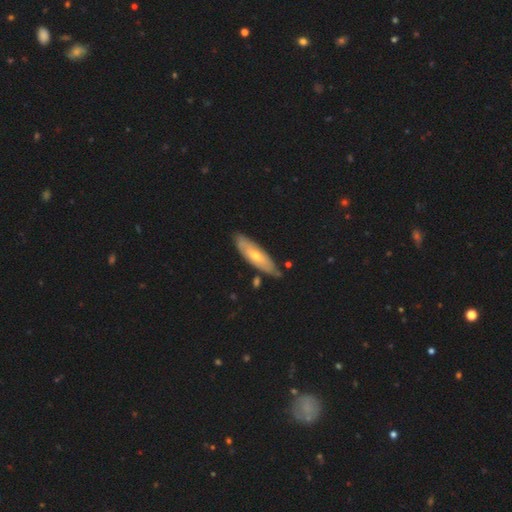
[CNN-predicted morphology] smooth_or_featured: featured or disk (p=0.51) [alt: smooth p=0.44]
disk_edge_on: no (p=0.61) [alt: yes p=0.39]
merging: none (p=0.77) [alt: minor disturbance p=0.17]